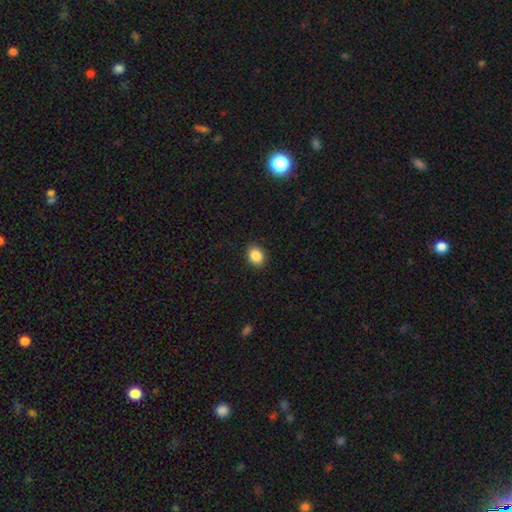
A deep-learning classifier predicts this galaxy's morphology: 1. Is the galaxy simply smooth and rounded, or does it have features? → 88% smooth, 8% star or artifact, 3% featured or disk.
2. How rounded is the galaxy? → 69% in between, 30% round, 1% cigar-shaped.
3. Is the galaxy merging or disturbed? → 89% none, 8% minor disturbance, 2% major disturbance, 1% merger.